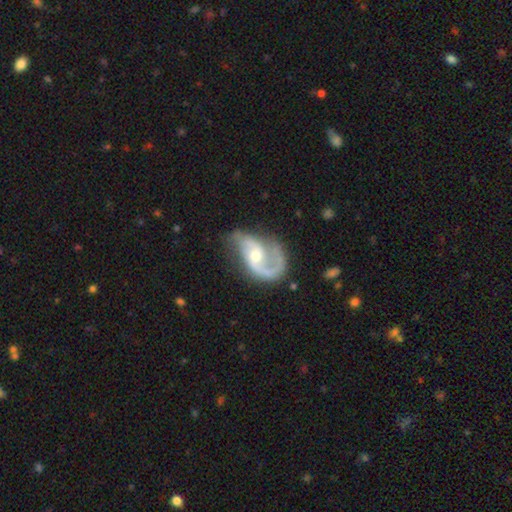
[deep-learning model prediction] smooth_or_featured: featured or disk (p=0.88) [alt: smooth p=0.07]
disk_edge_on: no (p=0.97) [alt: yes p=0.03]
bar: no (p=0.56) [alt: weak p=0.34]
has_spiral_arms: yes (p=0.96) [alt: no p=0.04]
spiral_winding: medium (p=0.46) [alt: loose p=0.39]
spiral_arm_count: 2 (p=0.74) [alt: 1 p=0.19]
bulge_size: moderate (p=0.54) [alt: small p=0.41]
merging: none (p=0.57) [alt: minor disturbance p=0.23]